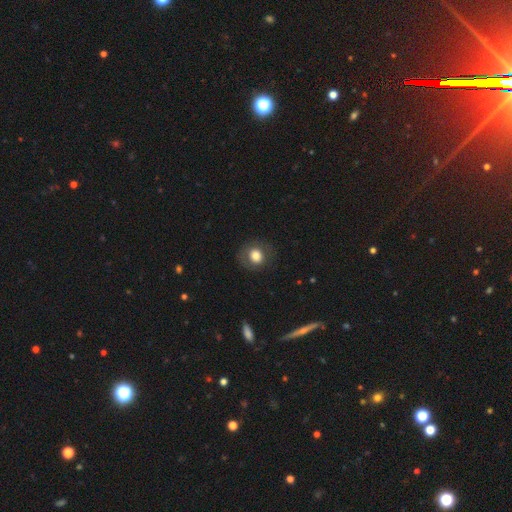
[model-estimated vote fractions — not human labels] Overall: smooth (76%). How rounded: round (75%). Merging: none (82%).